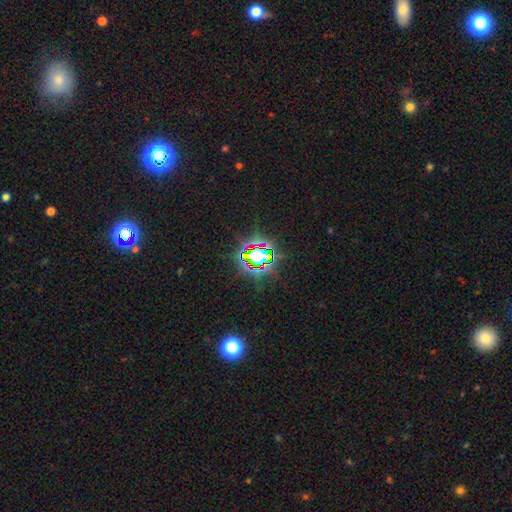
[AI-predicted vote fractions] smooth_or_featured: star or artifact (p=0.76) [alt: smooth p=0.14]